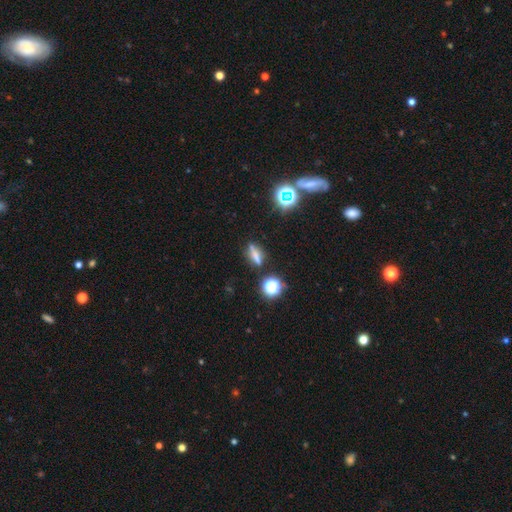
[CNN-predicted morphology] Overall: smooth (58%; star or artifact 21%). How rounded: cigar-shaped (58%; in between 30%). Merging: none (74%).